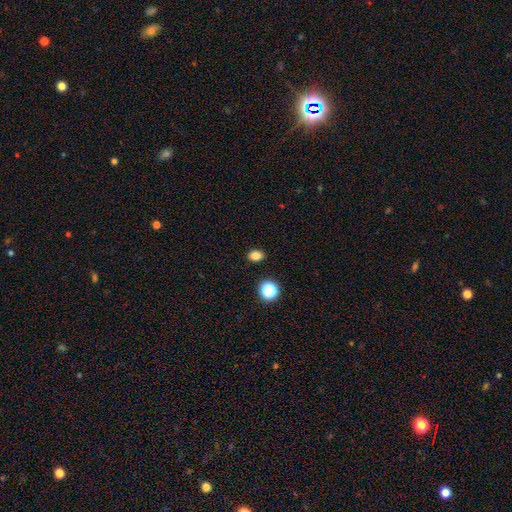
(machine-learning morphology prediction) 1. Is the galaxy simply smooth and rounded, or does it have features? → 82% smooth, 14% star or artifact, 4% featured or disk.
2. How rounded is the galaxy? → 64% in between, 35% round, 1% cigar-shaped.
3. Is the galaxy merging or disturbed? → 89% none, 7% minor disturbance, 2% major disturbance, 2% merger.